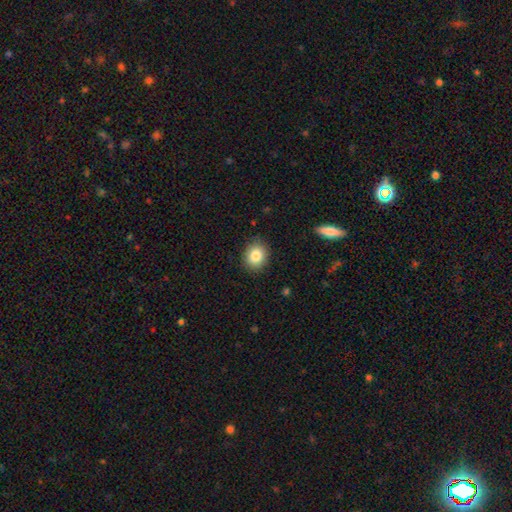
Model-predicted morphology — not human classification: Q: Smooth or featured?
A: smooth (84%); runner-up: star or artifact (9%)
Q: How rounded?
A: round (64%); runner-up: in between (35%)
Q: Merging?
A: none (87%); runner-up: minor disturbance (10%)